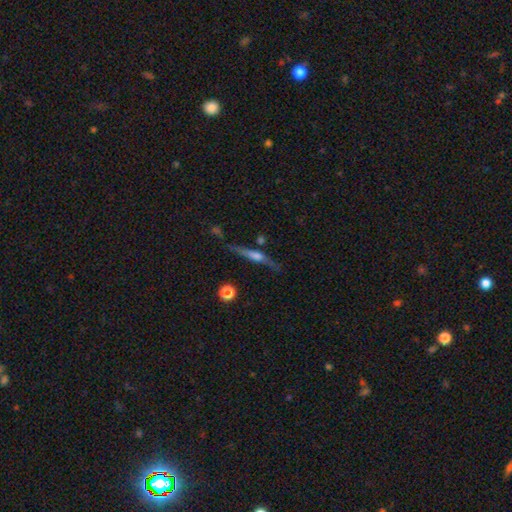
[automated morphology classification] Smooth or featured? featured or disk (65%)
Edge-on disk? yes (94%)
Edge-on bulge? rounded (67%)
Merging? none (71%)